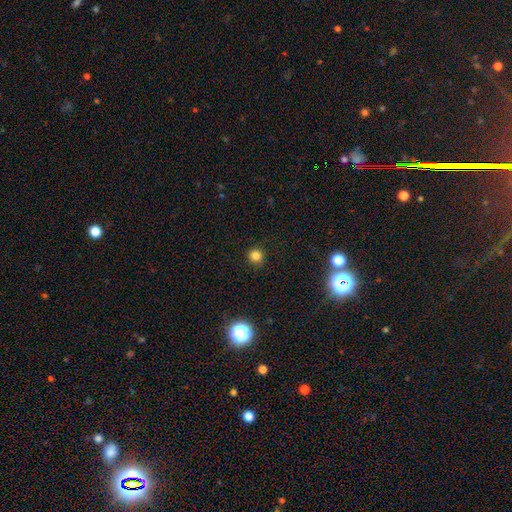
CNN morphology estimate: The model was most divided on "smooth or featured": smooth: 81%, star or artifact: 15%, featured or disk: 4%. More confident: how rounded — round (93%); merging — none (88%).